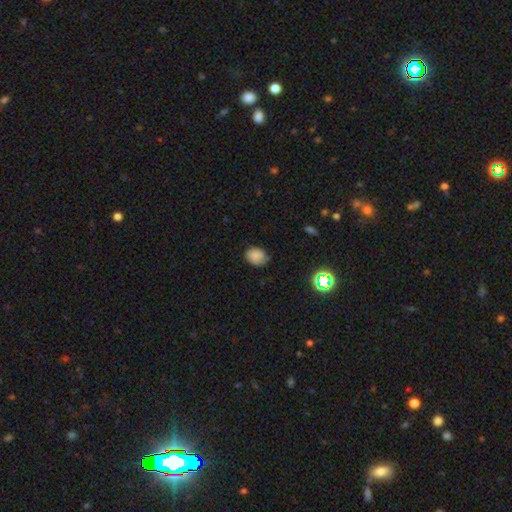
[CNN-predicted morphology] The model was most divided on "how rounded": in between: 57%, round: 42%, cigar-shaped: 1%. More confident: smooth or featured — smooth (83%); merging — none (63%).